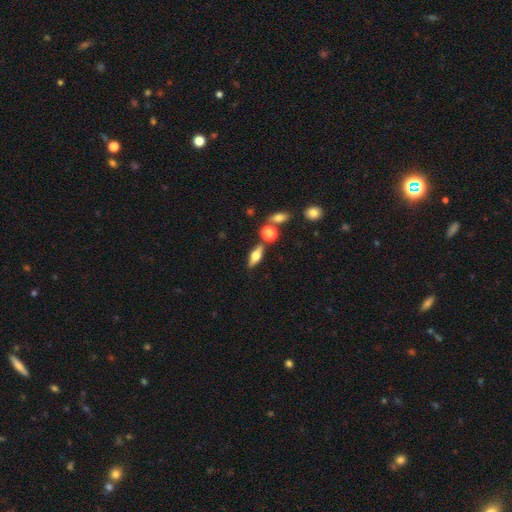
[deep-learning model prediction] A smooth galaxy with no disk features (47%). Merging: none (77%).